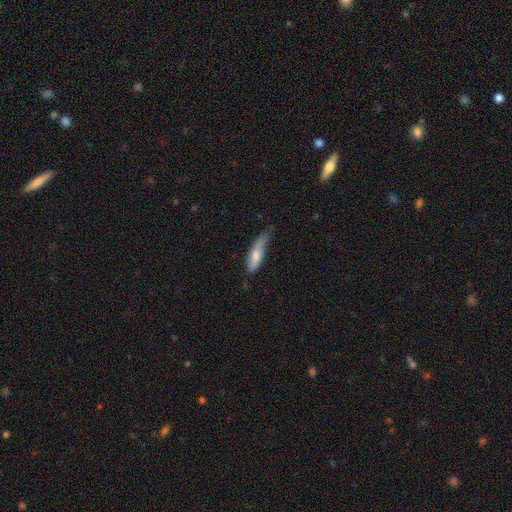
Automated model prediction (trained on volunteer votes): Q: Smooth or featured?
A: smooth (66%); runner-up: featured or disk (28%)
Q: How rounded?
A: cigar-shaped (62%); runner-up: in between (37%)
Q: Merging?
A: minor disturbance (43%); runner-up: none (40%)